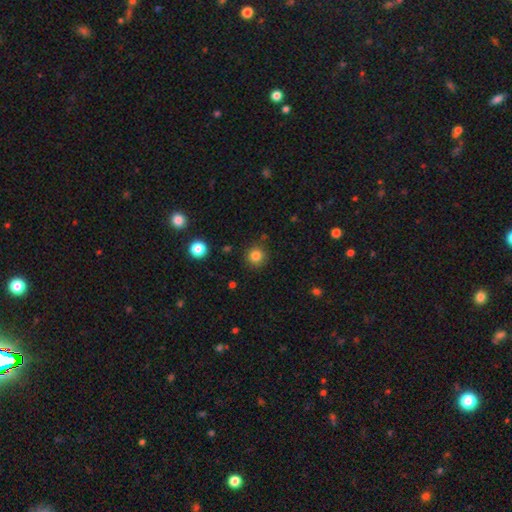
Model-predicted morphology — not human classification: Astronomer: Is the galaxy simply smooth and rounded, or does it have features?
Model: smooth — 82%.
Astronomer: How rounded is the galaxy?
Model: round — 94%.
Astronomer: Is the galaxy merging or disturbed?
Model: none — 87%.